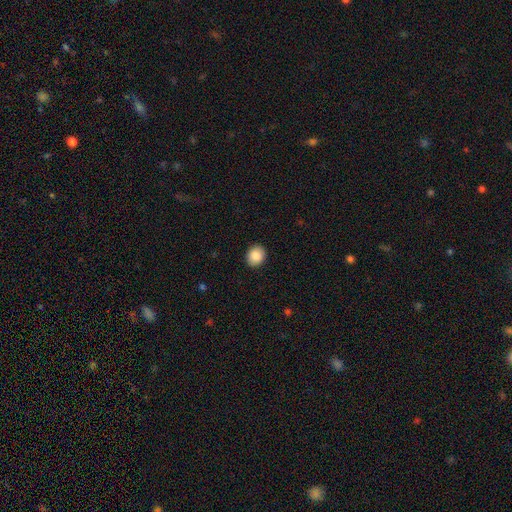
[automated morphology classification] smooth_or_featured: smooth (p=0.87) [alt: star or artifact p=0.08]
how_rounded: round (p=0.64) [alt: in between p=0.35]
merging: none (p=0.91) [alt: minor disturbance p=0.06]